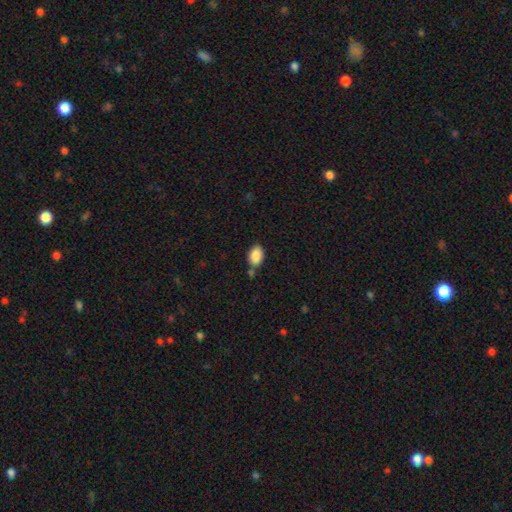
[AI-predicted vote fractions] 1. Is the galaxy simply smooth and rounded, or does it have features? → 89% smooth, 7% star or artifact, 4% featured or disk.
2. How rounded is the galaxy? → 90% in between, 9% round, 1% cigar-shaped.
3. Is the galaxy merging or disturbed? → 73% none, 14% minor disturbance, 10% merger, 3% major disturbance.